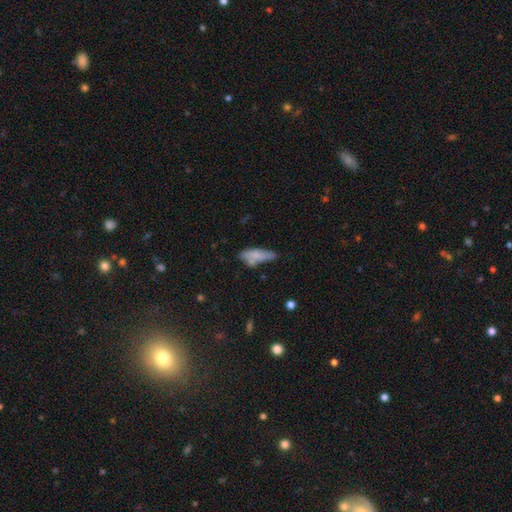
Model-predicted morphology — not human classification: smooth-or-featured: smooth: 70% | featured or disk: 21% | star or artifact: 9%
  how-rounded: in between: 57% | cigar-shaped: 40% | round: 3%
  merging: none: 42% | minor disturbance: 31% | major disturbance: 14% | merger: 13%